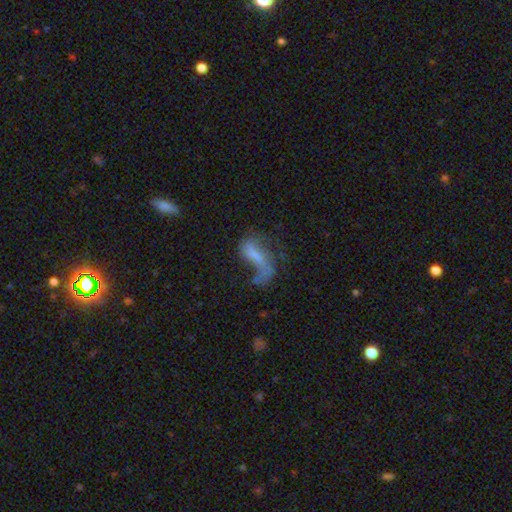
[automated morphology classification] smooth_or_featured: featured or disk (p=0.48) [alt: smooth p=0.40]
merging: major disturbance (p=0.43) [alt: none p=0.27]